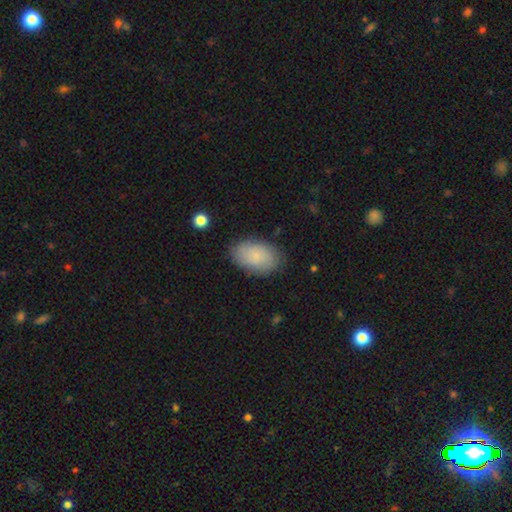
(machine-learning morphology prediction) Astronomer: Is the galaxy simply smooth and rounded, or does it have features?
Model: smooth — 79%.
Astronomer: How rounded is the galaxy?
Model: in between — 91%.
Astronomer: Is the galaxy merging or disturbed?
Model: none — 82%.